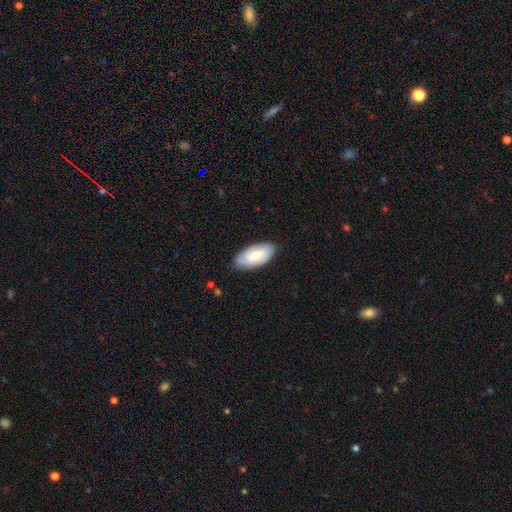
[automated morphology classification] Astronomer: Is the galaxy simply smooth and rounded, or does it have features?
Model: smooth — 57% (runner-up: featured or disk, 38%).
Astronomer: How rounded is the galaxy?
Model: in between — 92%.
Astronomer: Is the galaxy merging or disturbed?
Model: none — 79%.